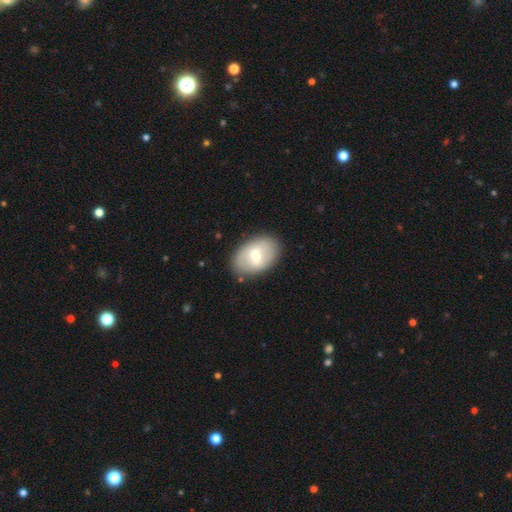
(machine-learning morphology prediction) This is possibly a smooth galaxy (57%). How rounded: clearly in between (84%). Merging: clearly none (85%).